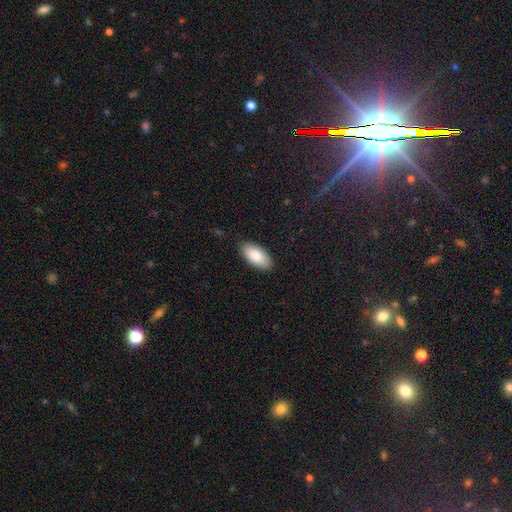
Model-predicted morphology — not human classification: Overall: smooth (85%). How rounded: in between (93%). Merging: none (85%).